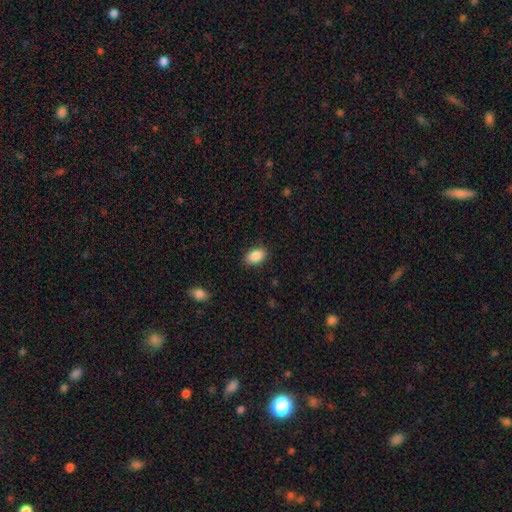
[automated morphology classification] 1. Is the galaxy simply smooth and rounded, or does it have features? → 89% smooth, 7% star or artifact, 4% featured or disk.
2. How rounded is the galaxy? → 90% in between, 9% round, 2% cigar-shaped.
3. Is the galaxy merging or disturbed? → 86% none, 10% minor disturbance, 2% major disturbance, 1% merger.